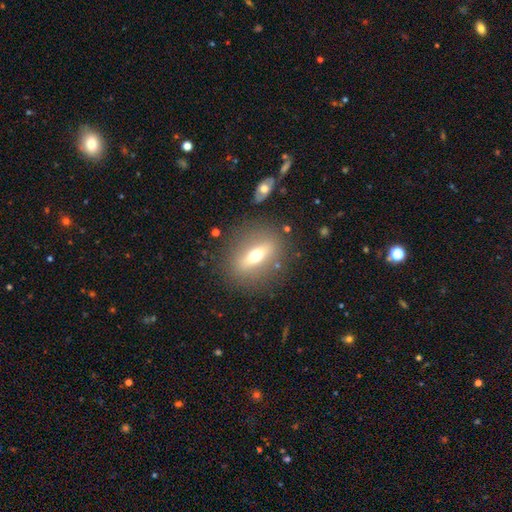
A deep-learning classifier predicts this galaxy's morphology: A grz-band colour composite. It shows a smooth galaxy with no disk features (46%). Merging: none (82%).